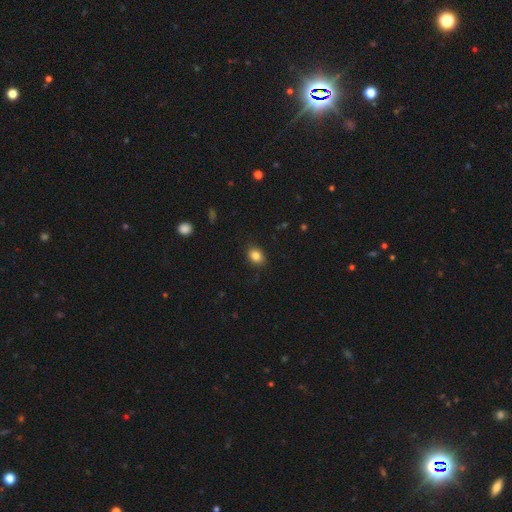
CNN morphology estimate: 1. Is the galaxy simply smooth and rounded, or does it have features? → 84% smooth, 10% star or artifact, 6% featured or disk.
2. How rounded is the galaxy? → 59% in between, 40% round, 1% cigar-shaped.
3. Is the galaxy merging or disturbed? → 84% none, 12% minor disturbance, 3% major disturbance, 1% merger.